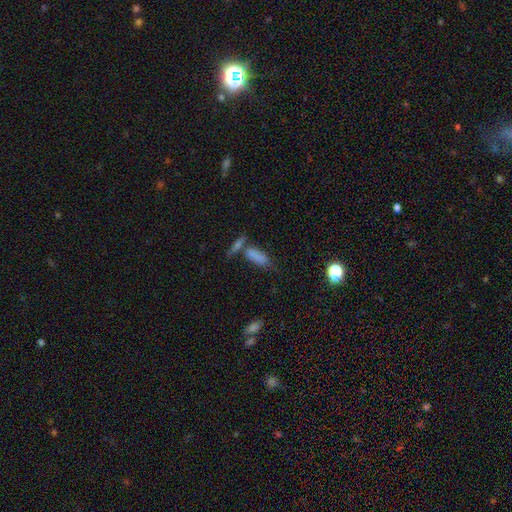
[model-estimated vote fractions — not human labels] Overall: smooth (75%). How rounded: in between (66%; cigar-shaped 30%). Merging: merger (42%; none 38%).